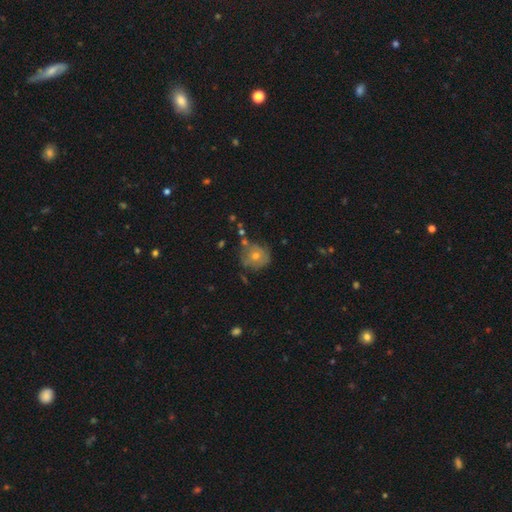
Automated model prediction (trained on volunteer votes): featured or disk 44%, smooth 41%, star or artifact 14%. Down the decision tree: merging — none (67%).